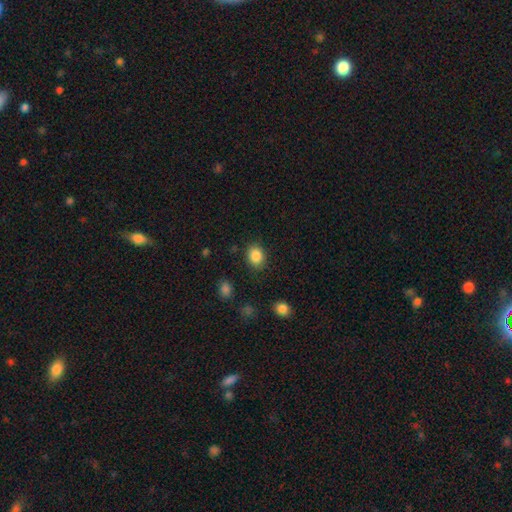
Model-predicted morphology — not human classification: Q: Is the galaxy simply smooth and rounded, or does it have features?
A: smooth — 86%.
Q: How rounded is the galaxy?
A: in between — 51%.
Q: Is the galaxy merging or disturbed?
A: none — 85%.